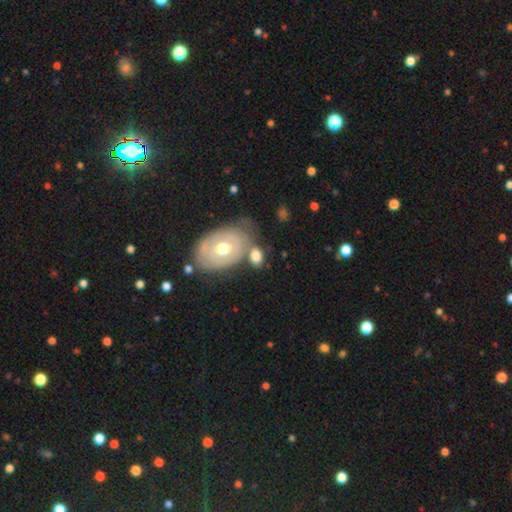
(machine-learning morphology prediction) type=smooth (60%); roundness=in between (77%); merging=none (50%).